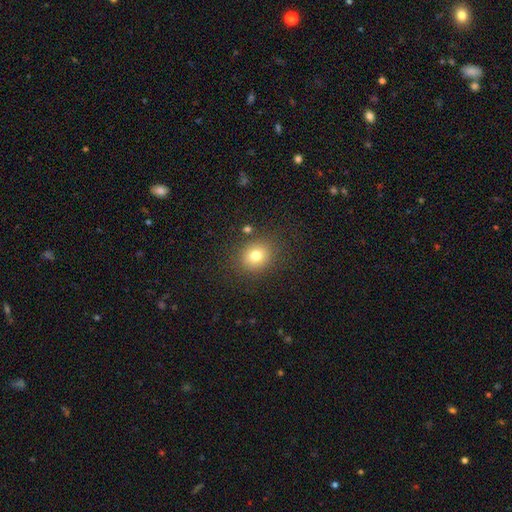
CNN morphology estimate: This appears to be a smooth galaxy with no disk features (77%) that is round (75%). Merging: none (84%).